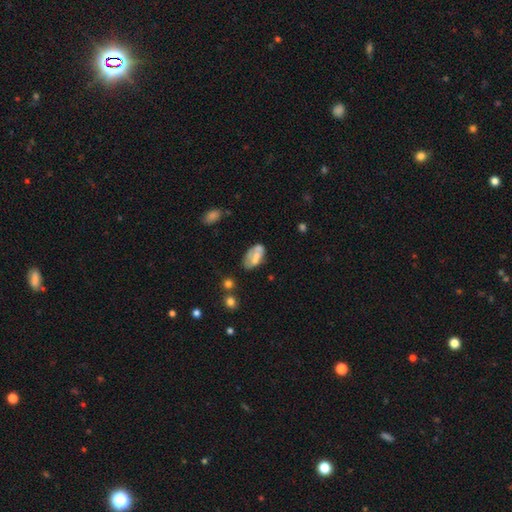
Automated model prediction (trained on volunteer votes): A smooth galaxy with no disk features (54%) that is in between round and cigar-shaped (92%).

Vote fractions:
- Smooth or featured? smooth: 54% / featured or disk: 38% / star or artifact: 8%
- How rounded? in between: 92% / round: 4% / cigar-shaped: 4%
- Merging? none: 48% / minor disturbance: 27% / merger: 13% / major disturbance: 12%